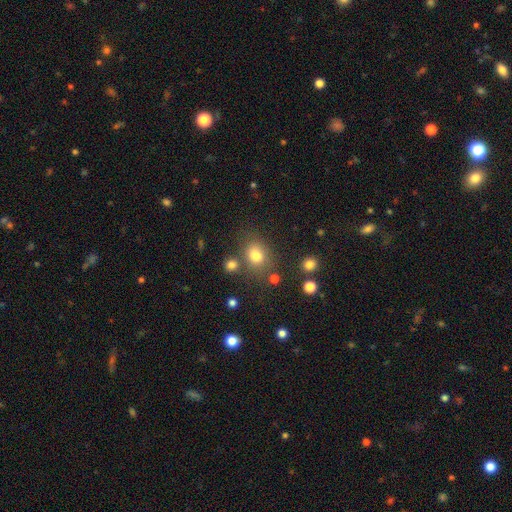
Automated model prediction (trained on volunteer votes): The model was most divided on "how rounded": round: 52%, in between: 47%, cigar-shaped: 1%. More confident: smooth or featured — smooth (78%); merging — none (66%).